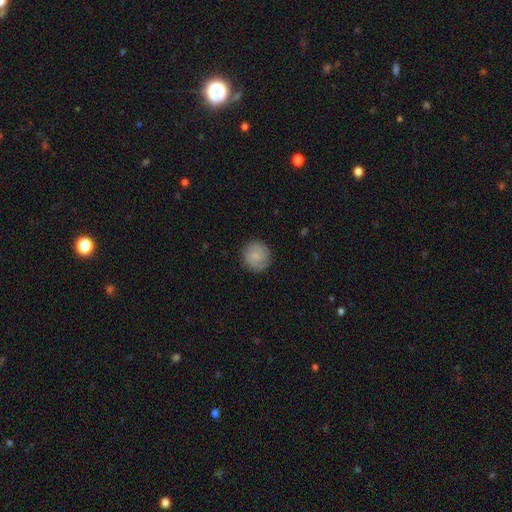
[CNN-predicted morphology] Smooth or featured?
  - smooth: 77% *
  - featured or disk: 16%
  - star or artifact: 7%
How rounded?
  - round: 94% *
  - in between: 5%
  - cigar-shaped: 1%
Merging?
  - none: 87% *
  - minor disturbance: 10%
  - major disturbance: 3%
  - merger: 1%